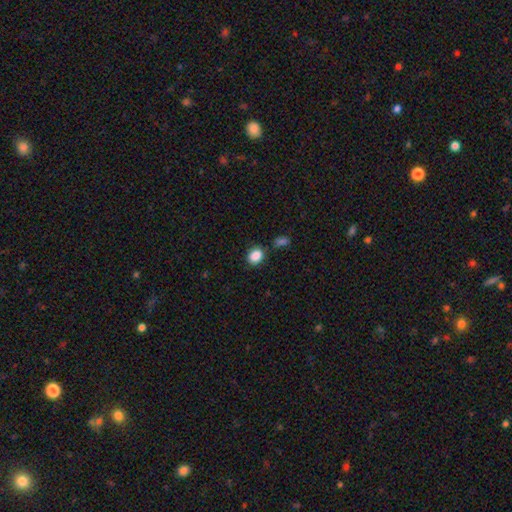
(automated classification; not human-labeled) The model was most divided on "how rounded": in between: 60%, round: 39%, cigar-shaped: 1%. More confident: smooth or featured — smooth (87%); merging — none (73%).